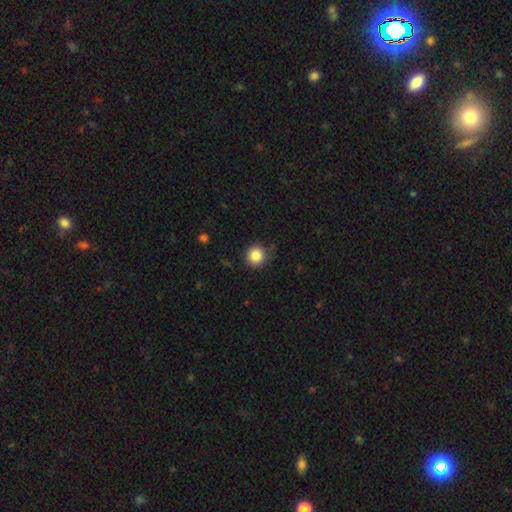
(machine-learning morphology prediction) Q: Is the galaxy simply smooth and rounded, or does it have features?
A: smooth — 85%.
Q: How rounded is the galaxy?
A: round — 94%.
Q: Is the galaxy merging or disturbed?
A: none — 87%.